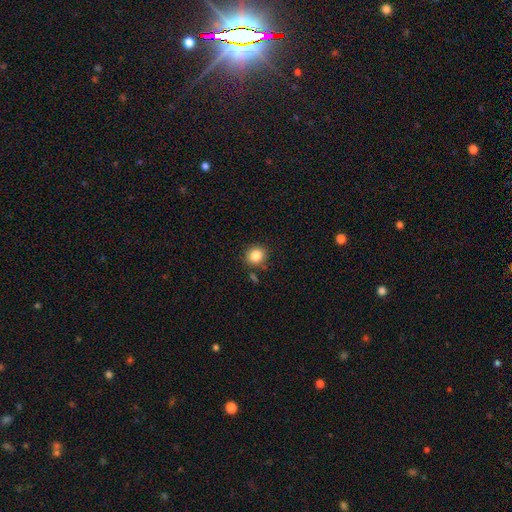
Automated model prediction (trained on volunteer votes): The model was most divided on "how rounded": round: 85%, in between: 14%, cigar-shaped: 1%. More confident: smooth or featured — smooth (84%); merging — none (84%).